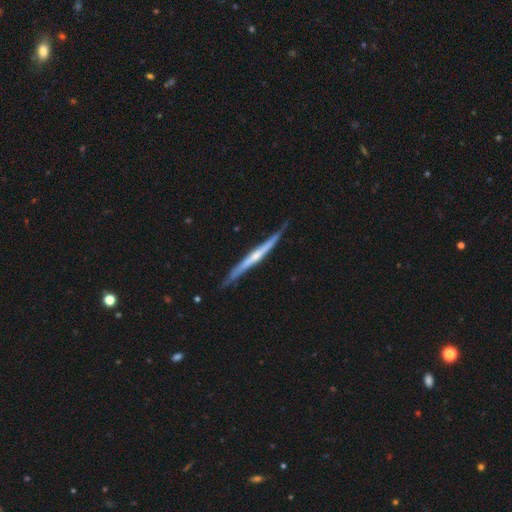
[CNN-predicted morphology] A featured or disk galaxy (72%) viewed edge-on (97%) with a rounded central bulge (52%).

Vote fractions:
- Smooth or featured? featured or disk: 72% / smooth: 23% / star or artifact: 5%
- Edge-on disk? yes: 97% / no: 3%
- Edge-on bulge? rounded: 52% / none: 40% / boxy: 7%
- Merging? none: 80% / minor disturbance: 17% / major disturbance: 2% / merger: 2%